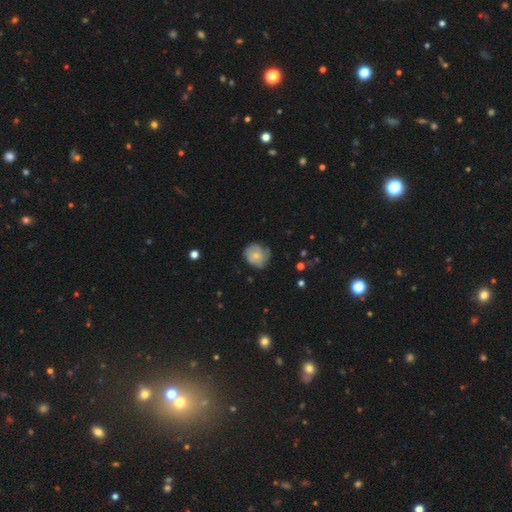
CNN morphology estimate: The model was most divided on "smooth or featured": smooth: 61%, featured or disk: 31%, star or artifact: 8%. More confident: how rounded — round (82%); merging — none (63%).